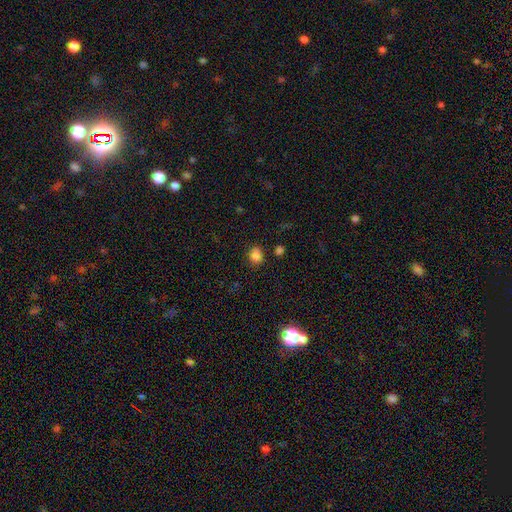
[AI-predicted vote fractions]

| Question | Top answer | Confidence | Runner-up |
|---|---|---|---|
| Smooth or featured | smooth | 83% | star or artifact (12%) |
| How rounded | round | 68% | in between (31%) |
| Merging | none | 81% | minor disturbance (12%) |